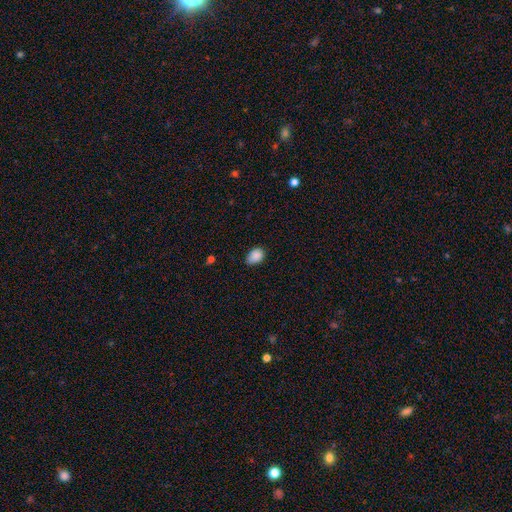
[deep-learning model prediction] This appears to be a smooth galaxy with no disk features (88%) that is in between round and cigar-shaped (82%). Merging: none (65%).